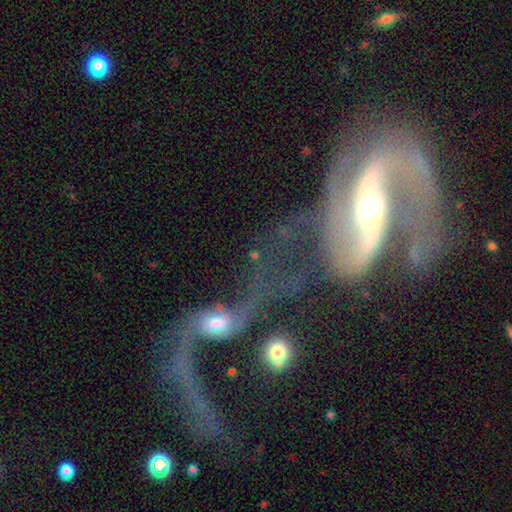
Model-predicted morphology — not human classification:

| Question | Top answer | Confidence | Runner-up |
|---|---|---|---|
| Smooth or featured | featured or disk | 56% | smooth (31%) |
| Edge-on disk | no | 87% | yes (13%) |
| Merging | merger | 38% | none (25%) |